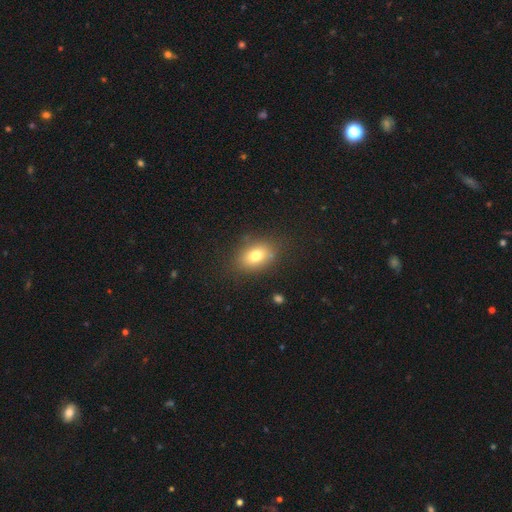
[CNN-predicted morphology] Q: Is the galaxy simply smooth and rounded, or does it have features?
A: smooth — 77%.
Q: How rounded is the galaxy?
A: in between — 74%.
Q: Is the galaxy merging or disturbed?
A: none — 81%.